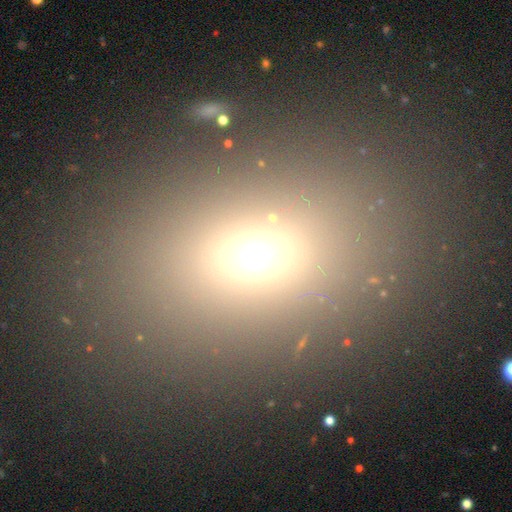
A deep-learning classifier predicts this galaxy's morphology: smooth_or_featured: smooth (p=0.63) [alt: star or artifact p=0.24]
how_rounded: in between (p=0.69) [alt: round p=0.29]
merging: none (p=0.84) [alt: minor disturbance p=0.08]